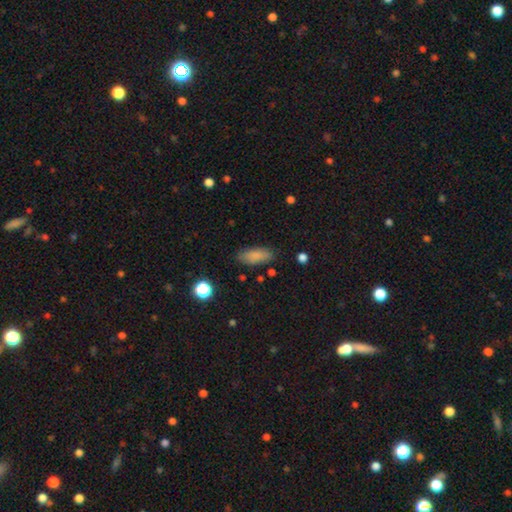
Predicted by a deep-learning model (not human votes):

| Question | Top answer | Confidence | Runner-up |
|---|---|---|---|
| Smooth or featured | smooth | 84% | star or artifact (9%) |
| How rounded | in between | 77% | cigar-shaped (20%) |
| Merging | none | 83% | minor disturbance (12%) |